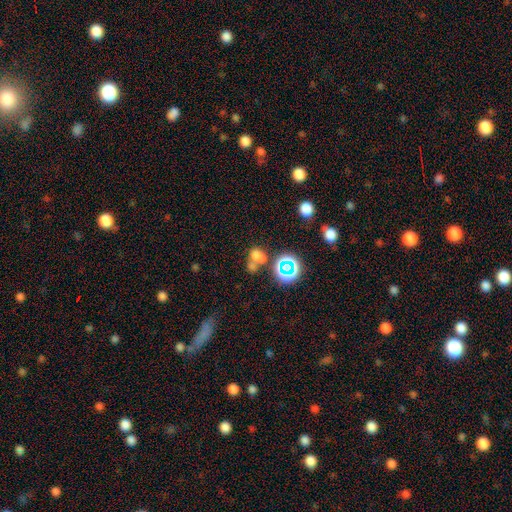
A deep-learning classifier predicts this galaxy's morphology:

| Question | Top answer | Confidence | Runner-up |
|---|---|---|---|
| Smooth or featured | smooth | 59% | star or artifact (27%) |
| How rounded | in between | 61% | round (36%) |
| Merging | merger | 49% | none (31%) |